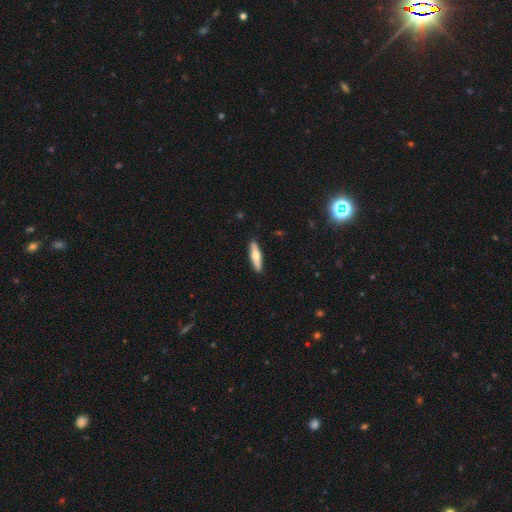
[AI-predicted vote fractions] The model was most divided on "smooth or featured": smooth: 55%, featured or disk: 40%, star or artifact: 5%. More confident: merging — none (91%); how rounded — cigar-shaped (75%).